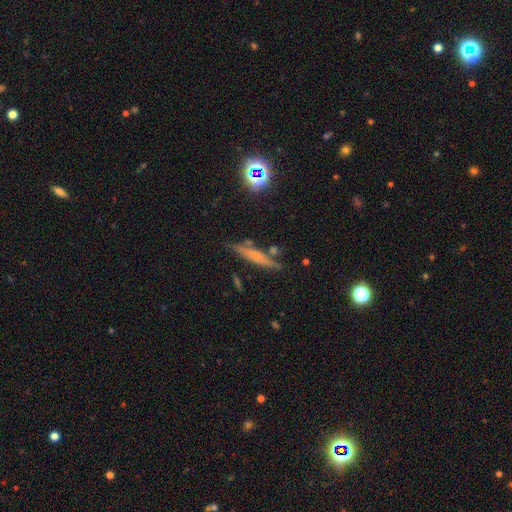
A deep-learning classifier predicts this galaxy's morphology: Smooth or featured: smooth — 47% (featured or disk — 39%)
Merging: none — 74% (minor disturbance — 16%)